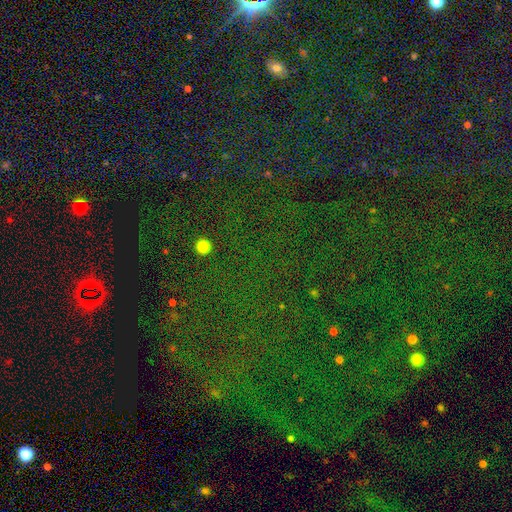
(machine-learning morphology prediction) star or artifact 80%, smooth 12%, featured or disk 8%.